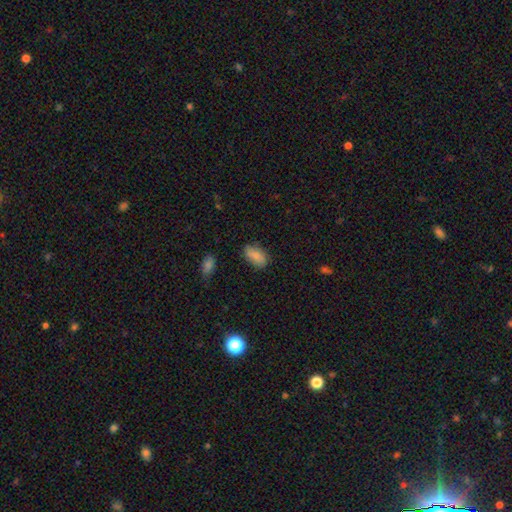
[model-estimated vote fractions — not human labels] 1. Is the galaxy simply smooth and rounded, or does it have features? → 83% smooth, 10% featured or disk, 7% star or artifact.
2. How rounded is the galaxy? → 92% in between, 4% cigar-shaped, 4% round.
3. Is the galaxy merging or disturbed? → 77% none, 17% minor disturbance, 4% major disturbance, 2% merger.